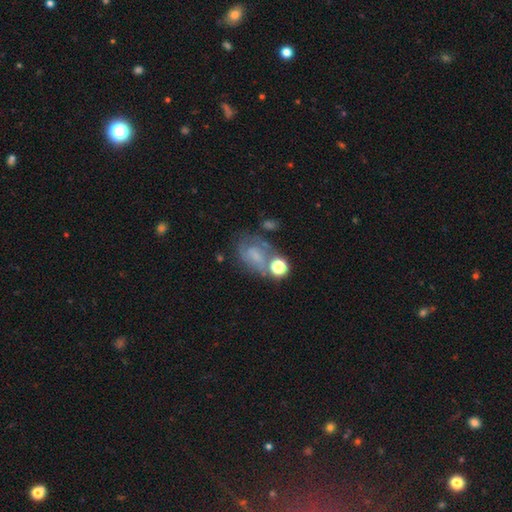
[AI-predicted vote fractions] Smooth or featured? featured or disk (45%)
Merging? none (42%)